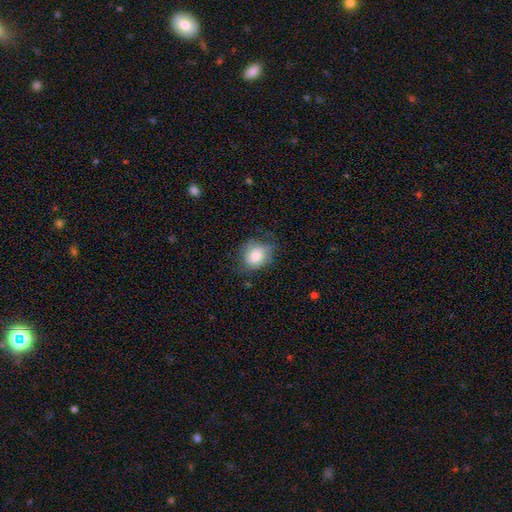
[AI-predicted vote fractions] This is likely a smooth galaxy (75%). How rounded: likely round (63%). Merging: possibly none (55%).